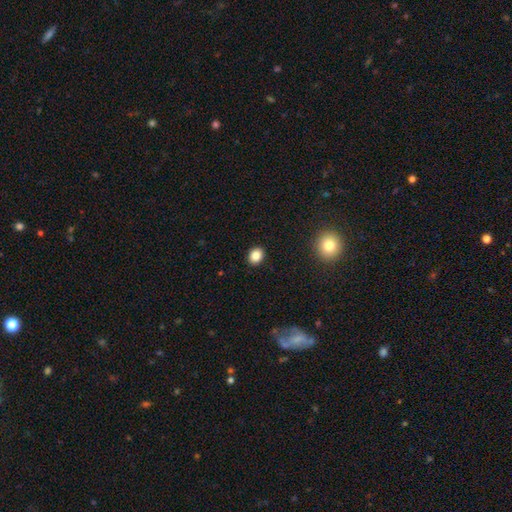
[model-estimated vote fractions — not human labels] Smooth or featured?
  - smooth: 85% *
  - star or artifact: 10%
  - featured or disk: 5%
How rounded?
  - round: 52% *
  - in between: 47%
  - cigar-shaped: 1%
Merging?
  - none: 91% *
  - minor disturbance: 6%
  - major disturbance: 2%
  - merger: 1%